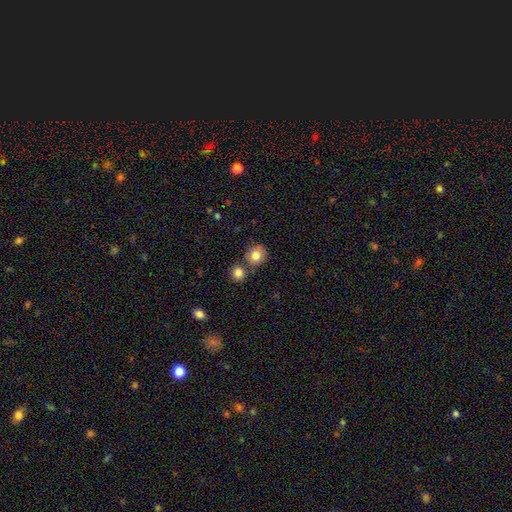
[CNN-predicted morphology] smooth 82%, star or artifact 9%, featured or disk 9%. Down the decision tree: how rounded — round (81%); merging — none (68%).